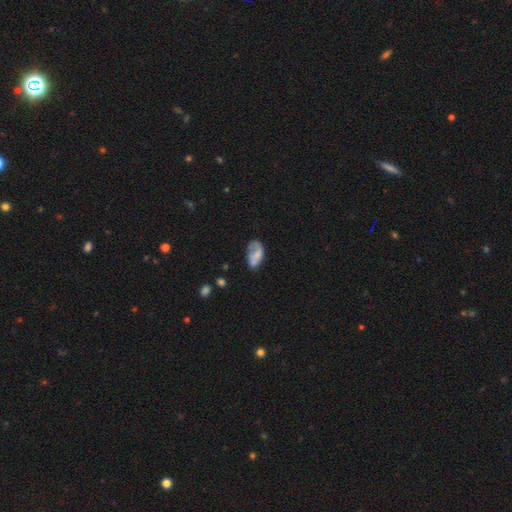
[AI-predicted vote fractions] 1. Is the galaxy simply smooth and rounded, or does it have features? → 61% smooth, 30% featured or disk, 8% star or artifact.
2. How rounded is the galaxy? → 92% in between, 5% round, 3% cigar-shaped.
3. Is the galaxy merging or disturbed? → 39% none, 31% minor disturbance, 23% major disturbance, 7% merger.